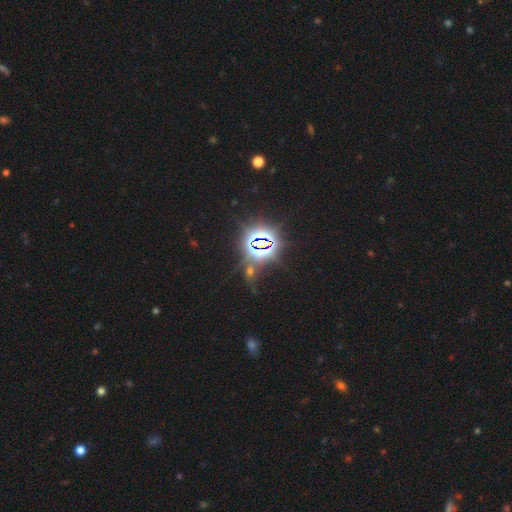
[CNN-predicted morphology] The model was most divided on "smooth or featured": star or artifact: 83%, smooth: 12%, featured or disk: 6%.